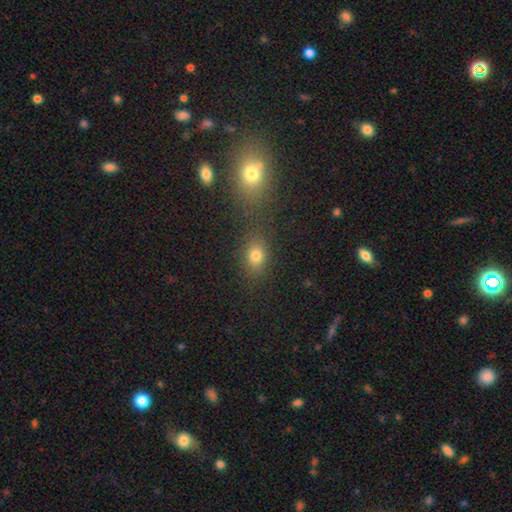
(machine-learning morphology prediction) Smooth or featured? smooth (75%)
How rounded? in between (56%)
Merging? none (70%)